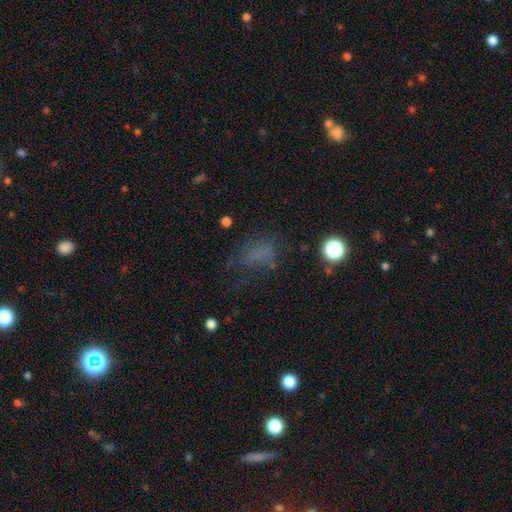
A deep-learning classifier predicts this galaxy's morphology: smooth-or-featured: smooth: 53% | star or artifact: 28% | featured or disk: 19%
  how-rounded: in between: 71% | round: 24% | cigar-shaped: 5%
  merging: none: 46% | major disturbance: 28% | minor disturbance: 22% | merger: 4%